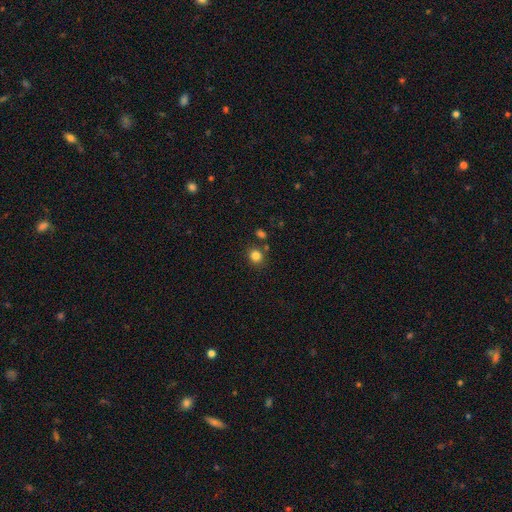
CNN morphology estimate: Smooth or featured?
  - smooth: 83% *
  - star or artifact: 12%
  - featured or disk: 5%
How rounded?
  - round: 76% *
  - in between: 23%
  - cigar-shaped: 1%
Merging?
  - none: 80% *
  - minor disturbance: 9%
  - merger: 7%
  - major disturbance: 3%